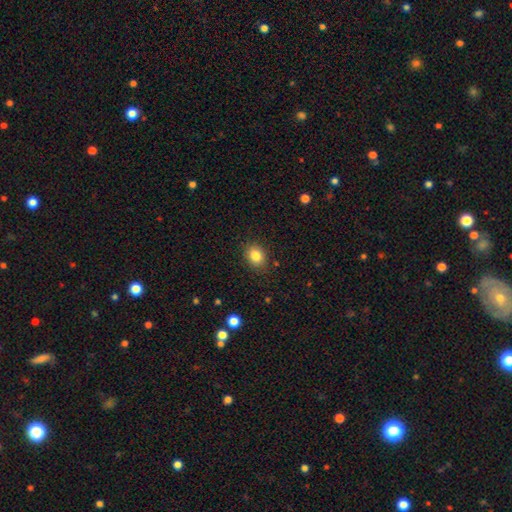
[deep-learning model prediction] This appears to be a smooth galaxy with no disk features (84%) that is in between round and cigar-shaped (50%, tied with round). Merging: none (87%).